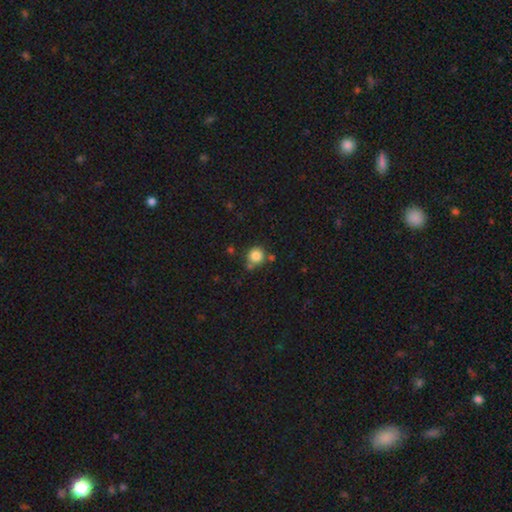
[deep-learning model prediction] smooth_or_featured: smooth (p=0.84) [alt: star or artifact p=0.11]
how_rounded: round (p=0.90) [alt: in between p=0.09]
merging: none (p=0.70) [alt: minor disturbance p=0.14]